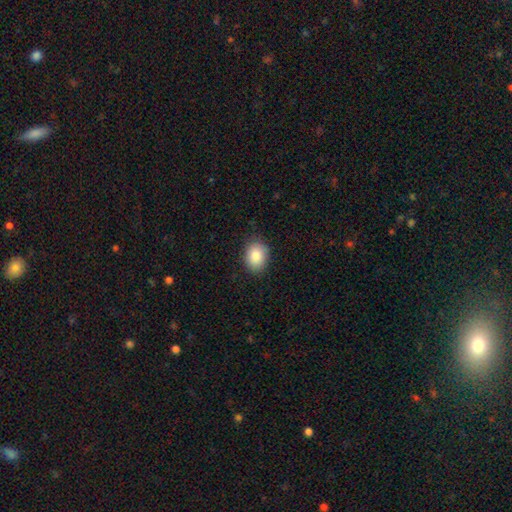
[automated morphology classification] Smooth or featured: smooth — 85% (star or artifact — 8%)
How rounded: in between — 58% (round — 41%)
Merging: none — 86% (minor disturbance — 11%)